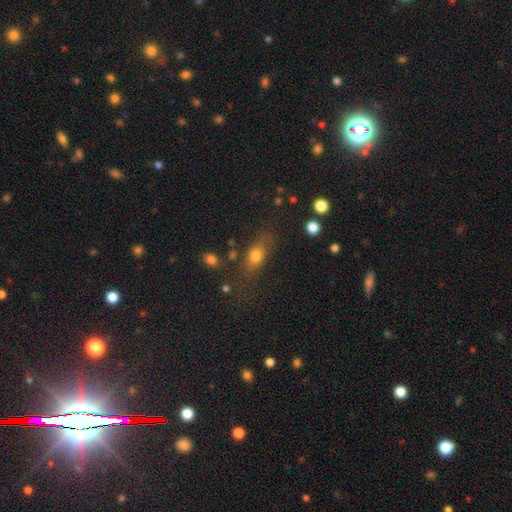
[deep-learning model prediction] Morphology: type=smooth (71%); roundness=in between (64%); merging=none (65%).